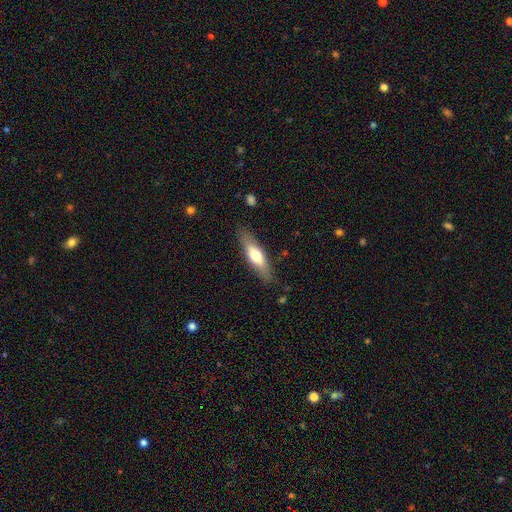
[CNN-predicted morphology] Q: Smooth or featured?
A: smooth (61%); runner-up: featured or disk (33%)
Q: How rounded?
A: cigar-shaped (60%); runner-up: in between (39%)
Q: Merging?
A: none (84%); runner-up: minor disturbance (12%)